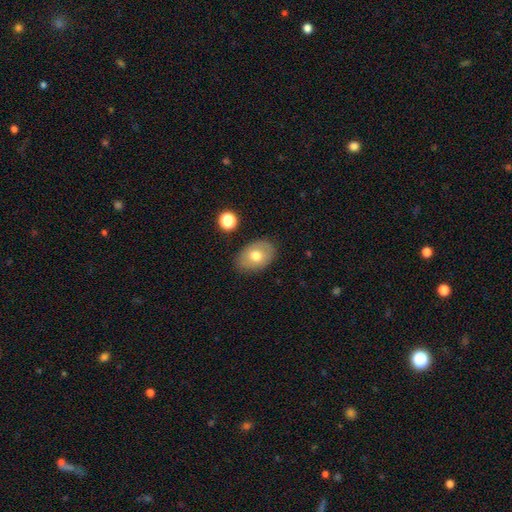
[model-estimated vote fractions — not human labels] smooth 69%, featured or disk 23%, star or artifact 8%. Down the decision tree: how rounded — in between (80%); merging — none (82%).